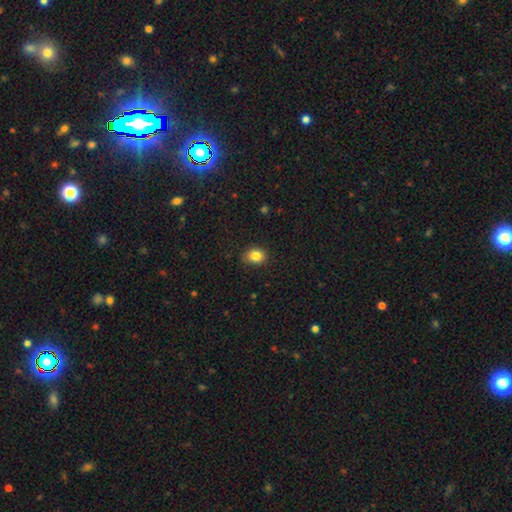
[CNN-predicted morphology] smooth 84%, star or artifact 10%, featured or disk 6%. Down the decision tree: how rounded — in between (50%); merging — none (83%).